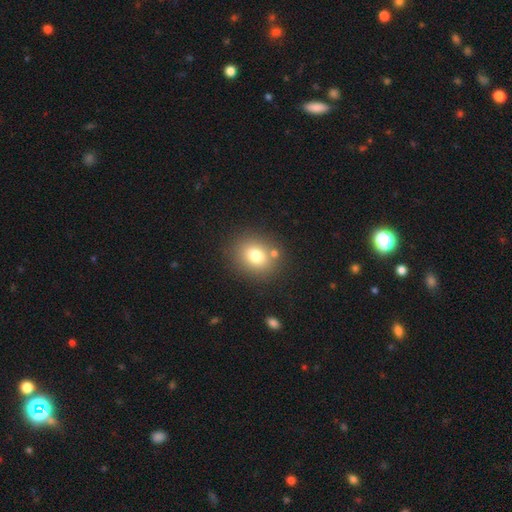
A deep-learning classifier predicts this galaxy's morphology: smooth-or-featured: smooth: 76% | star or artifact: 13% | featured or disk: 11%
  how-rounded: round: 64% | in between: 36% | cigar-shaped: 1%
  merging: none: 78% | minor disturbance: 10% | merger: 9% | major disturbance: 4%